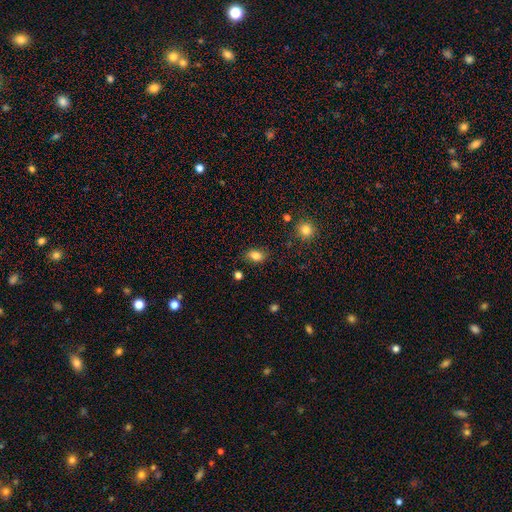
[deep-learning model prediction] smooth-or-featured: smooth: 83% | star or artifact: 10% | featured or disk: 7%
  how-rounded: in between: 79% | round: 19% | cigar-shaped: 2%
  merging: none: 80% | minor disturbance: 15% | major disturbance: 3% | merger: 2%